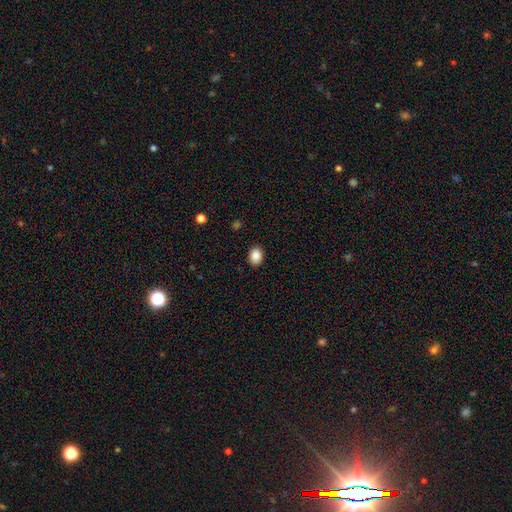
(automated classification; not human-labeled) Smooth or featured? smooth (87%)
How rounded? in between (70%)
Merging? none (90%)